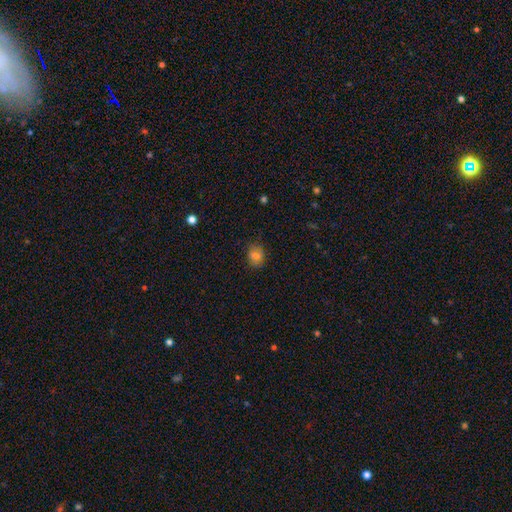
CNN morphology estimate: smooth 81%, star or artifact 11%, featured or disk 9%. Down the decision tree: how rounded — round (51%); merging — none (82%).